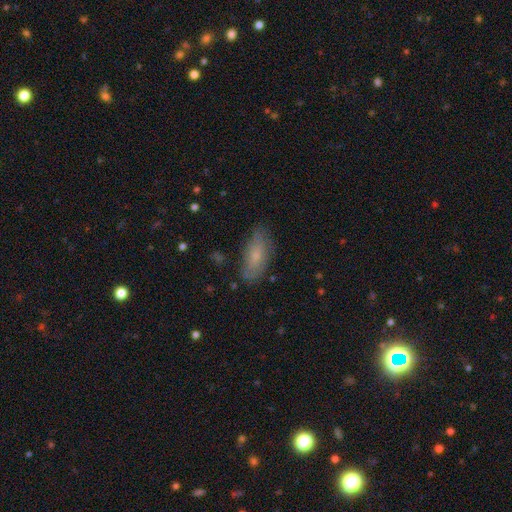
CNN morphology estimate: Smooth or featured?
  - smooth: 67% *
  - featured or disk: 25%
  - star or artifact: 8%
How rounded?
  - in between: 81% *
  - cigar-shaped: 16%
  - round: 3%
Merging?
  - none: 74% *
  - minor disturbance: 19%
  - major disturbance: 5%
  - merger: 2%